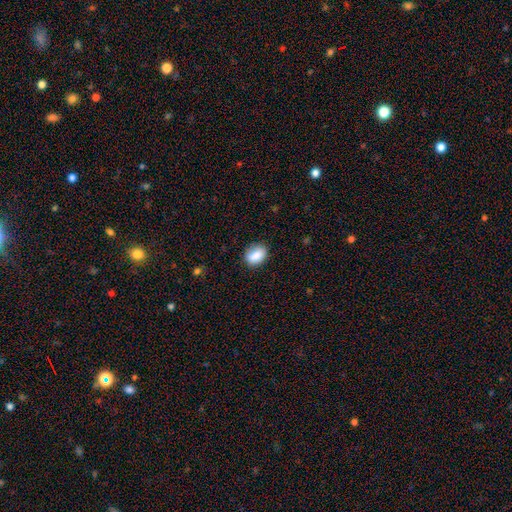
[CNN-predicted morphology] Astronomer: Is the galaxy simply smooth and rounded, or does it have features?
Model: smooth — 85%.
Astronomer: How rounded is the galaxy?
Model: in between — 67%.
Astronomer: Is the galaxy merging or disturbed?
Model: none — 79%.